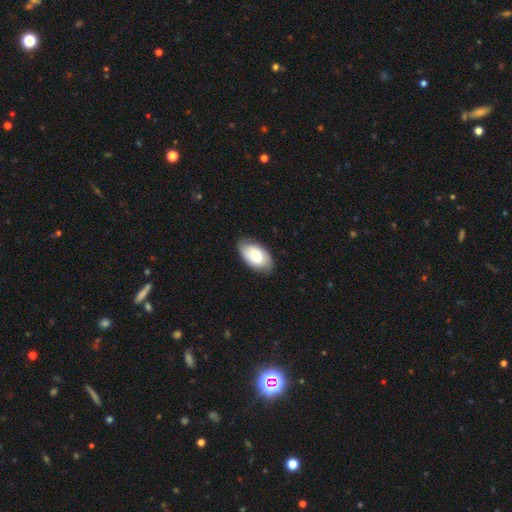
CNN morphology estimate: Q: Smooth or featured?
A: smooth (78%); runner-up: featured or disk (16%)
Q: How rounded?
A: in between (95%); runner-up: round (4%)
Q: Merging?
A: none (80%); runner-up: minor disturbance (16%)